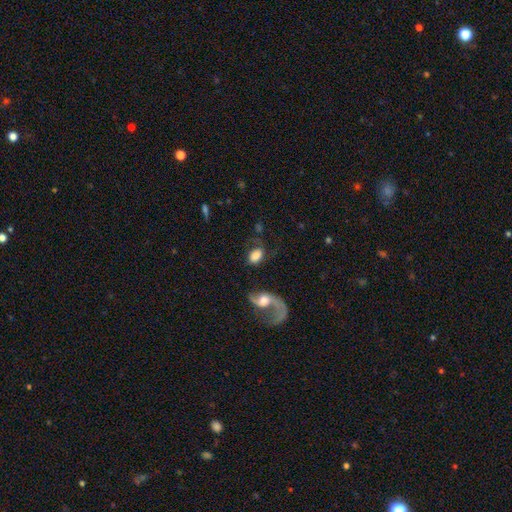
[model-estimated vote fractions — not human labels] Q: Smooth or featured?
A: smooth (62%); runner-up: featured or disk (28%)
Q: How rounded?
A: in between (77%); runner-up: round (21%)
Q: Merging?
A: none (45%); runner-up: major disturbance (23%)